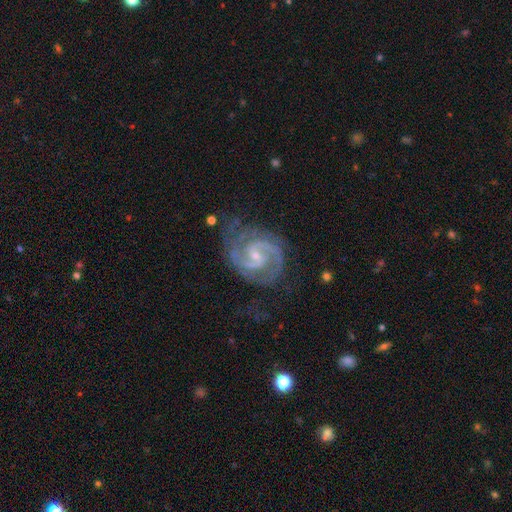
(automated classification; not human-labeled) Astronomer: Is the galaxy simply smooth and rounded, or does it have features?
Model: featured or disk — 93%.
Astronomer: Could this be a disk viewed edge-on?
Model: no — 98%.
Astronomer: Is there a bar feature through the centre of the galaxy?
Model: weak — 51% (runner-up: no, 33%).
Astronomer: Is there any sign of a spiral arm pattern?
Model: yes — 99%.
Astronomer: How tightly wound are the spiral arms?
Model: medium — 52% (runner-up: tight, 41%).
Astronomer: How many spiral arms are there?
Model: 2 — 87%.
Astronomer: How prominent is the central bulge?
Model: small — 68%.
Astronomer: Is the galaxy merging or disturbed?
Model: none — 69%.